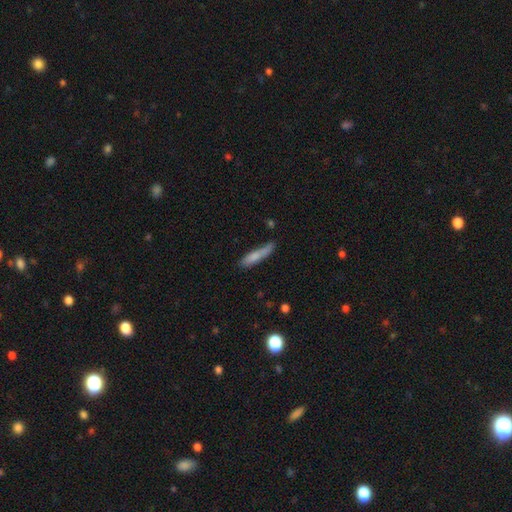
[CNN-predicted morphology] Overall: smooth (75%). How rounded: cigar-shaped (86%). Merging: none (63%; minor disturbance 26%).